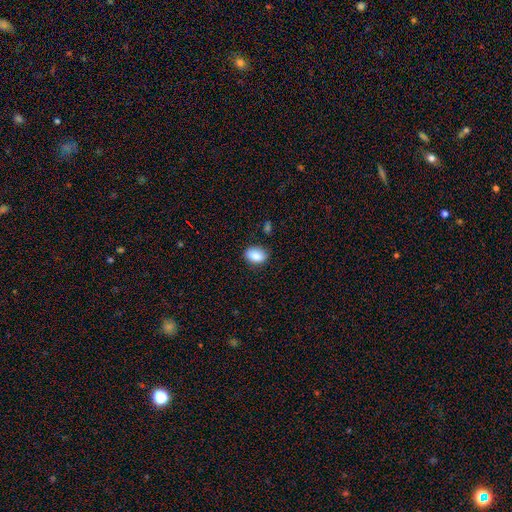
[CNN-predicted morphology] This appears to be a smooth galaxy with no disk features (88%) that is in between round and cigar-shaped (85%). Merging: none (82%).